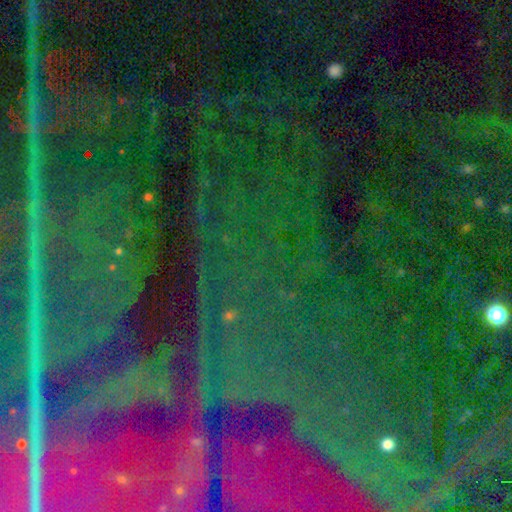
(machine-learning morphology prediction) Overall: star or artifact (82%).